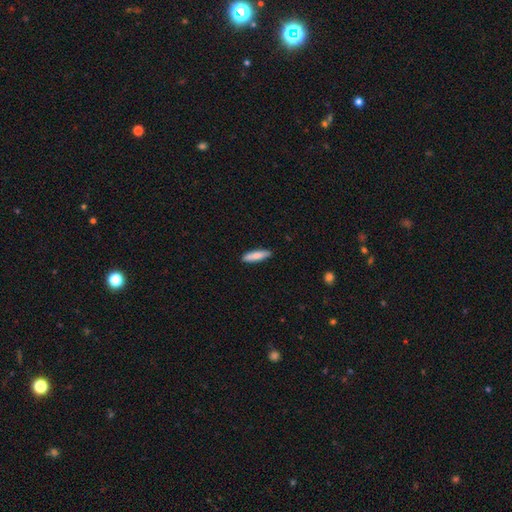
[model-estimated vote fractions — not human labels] This appears to be a smooth galaxy with no disk features (84%) that is cigar-shaped (69%). Merging: none (89%).